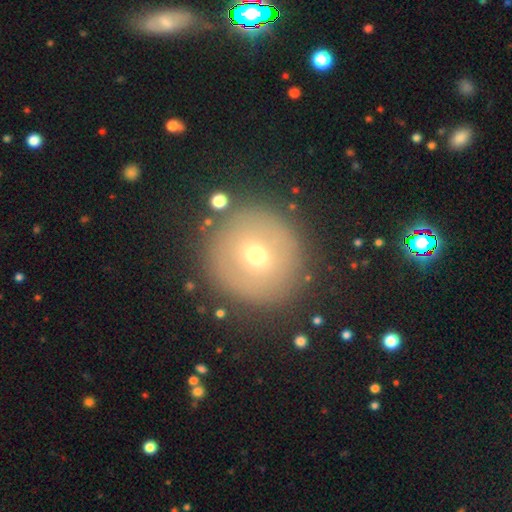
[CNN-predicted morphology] This is possibly a smooth galaxy (56%). How rounded: clearly round (93%). Merging: clearly none (86%).